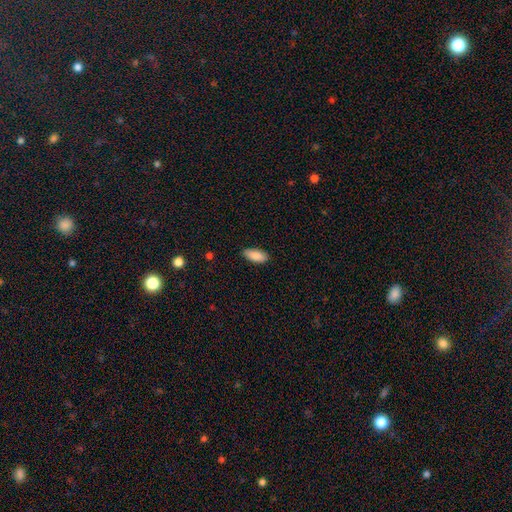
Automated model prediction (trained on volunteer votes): Smooth or featured? smooth (89%)
How rounded? in between (85%)
Merging? none (84%)